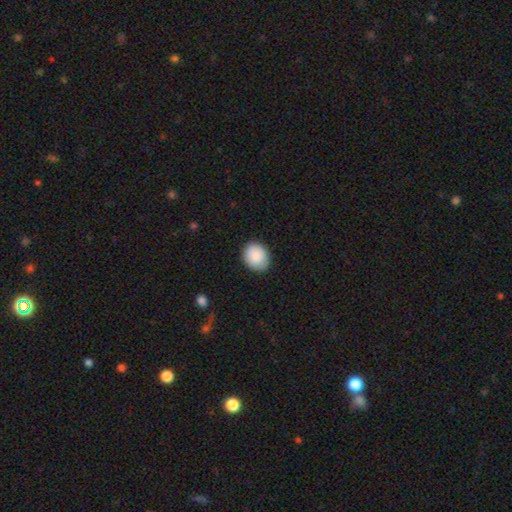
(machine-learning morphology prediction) smooth_or_featured: smooth (p=0.89) [alt: star or artifact p=0.07]
how_rounded: round (p=0.55) [alt: in between p=0.45]
merging: none (p=0.85) [alt: minor disturbance p=0.11]